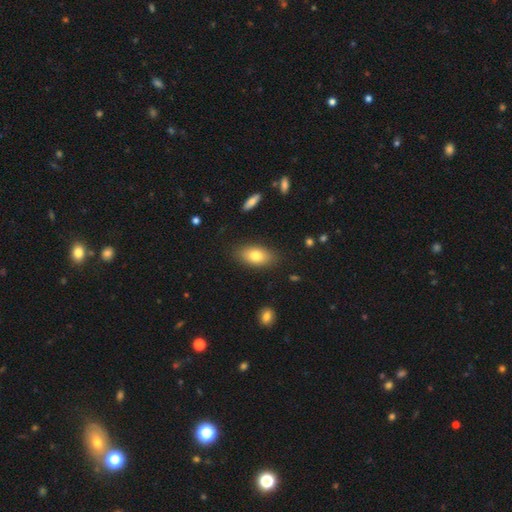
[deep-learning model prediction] A smooth galaxy with no disk features (77%) that is in between round and cigar-shaped (89%).

Vote fractions:
- Smooth or featured? smooth: 77% / featured or disk: 16% / star or artifact: 8%
- How rounded? in between: 89% / round: 6% / cigar-shaped: 5%
- Merging? none: 85% / minor disturbance: 11% / major disturbance: 3% / merger: 2%